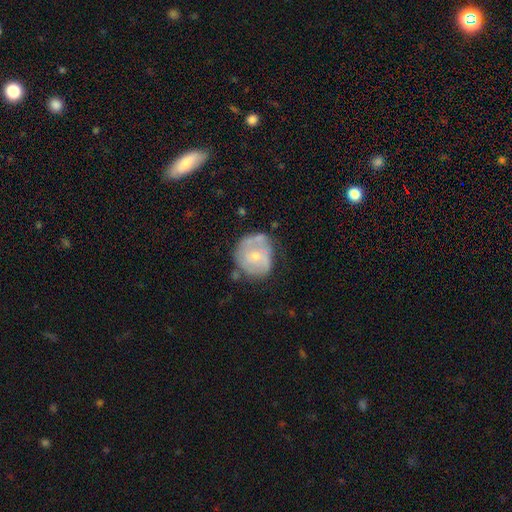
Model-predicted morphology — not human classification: smooth-or-featured: featured or disk: 52% | smooth: 41% | star or artifact: 7%
  disk-edge-on: no: 97% | yes: 3%
    bar: no: 75% | weak: 21% | strong: 4%
    has-spiral-arms: no: 50% (tied) | yes: 50% (tied)
    bulge-size: small: 52% | moderate: 42% | none: 3% | large: 2% | dominant: 1%
  merging: none: 50% | minor disturbance: 28% | major disturbance: 13% | merger: 10%